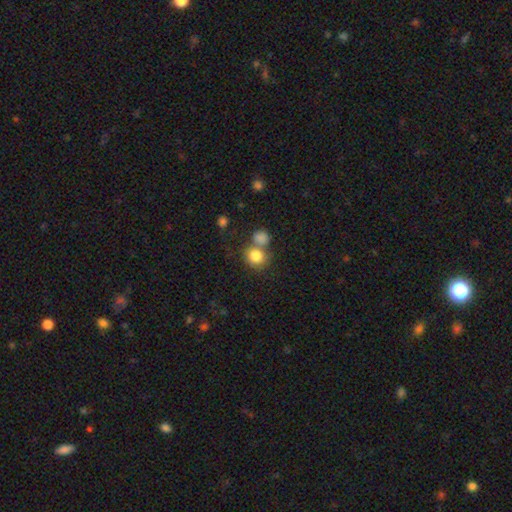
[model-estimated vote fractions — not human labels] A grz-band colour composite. It shows a smooth galaxy with no disk features (82%) that is round (83%). Merging: none (51%).